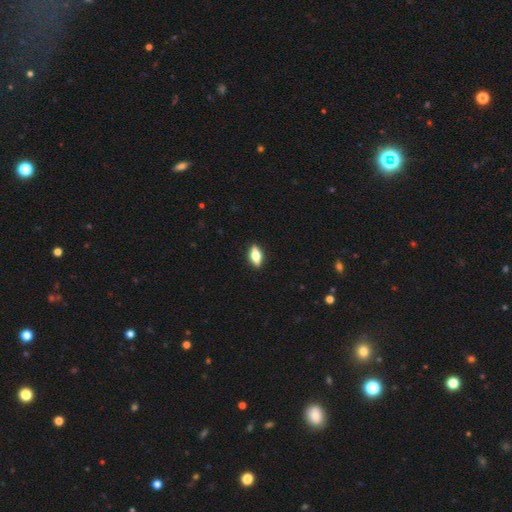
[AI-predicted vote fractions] smooth-or-featured: smooth: 58% | featured or disk: 34% | star or artifact: 7%
  how-rounded: in between: 78% | cigar-shaped: 17% | round: 5%
  merging: none: 89% | minor disturbance: 8% | major disturbance: 2% | merger: 1%